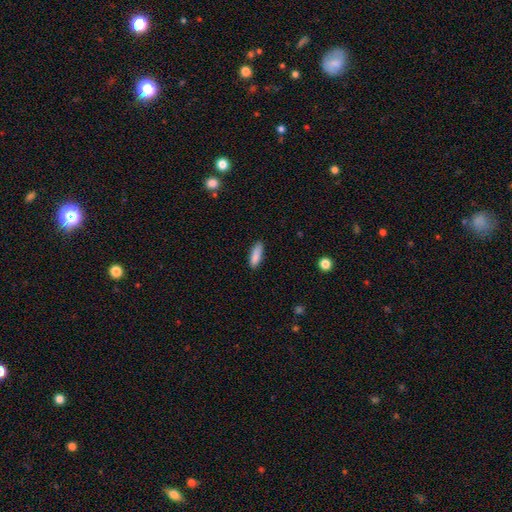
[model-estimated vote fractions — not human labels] Smooth or featured? smooth (88%)
How rounded? cigar-shaped (50%)
Merging? none (84%)